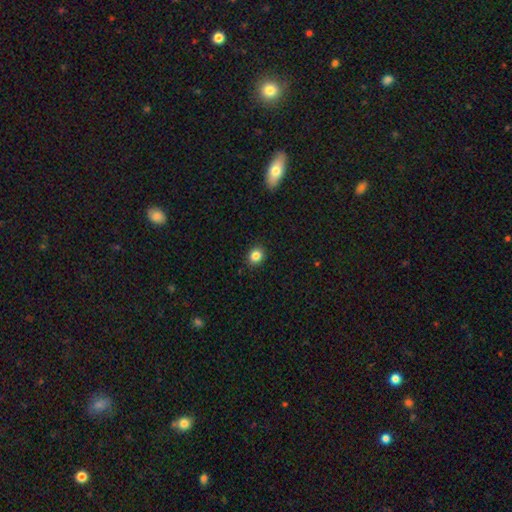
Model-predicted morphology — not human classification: Smooth or featured? Predicted: smooth (p=0.84). How rounded? Predicted: round (p=0.68). Merging? Predicted: none (p=0.91).